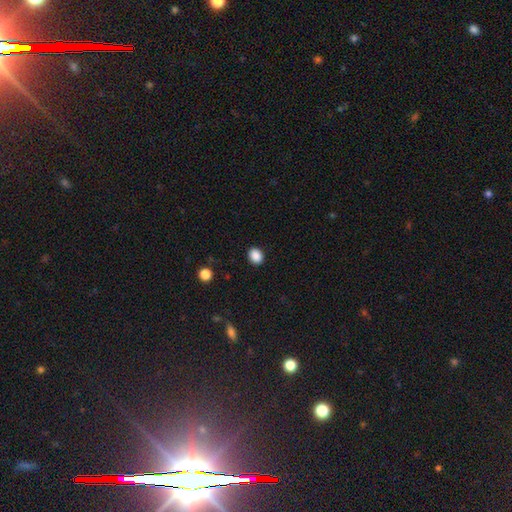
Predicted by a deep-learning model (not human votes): Smooth or featured? smooth (88%)
How rounded? round (54%)
Merging? none (91%)